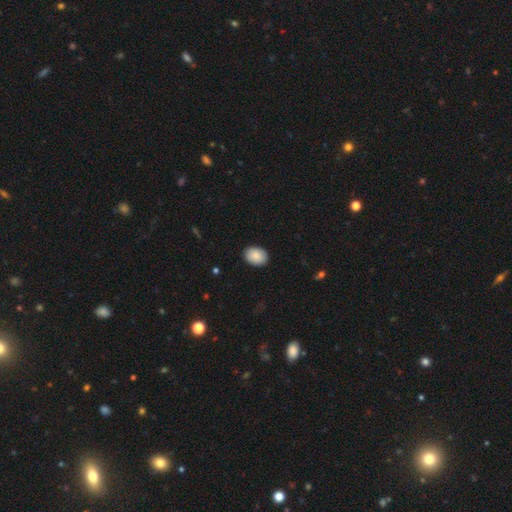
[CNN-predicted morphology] Q: Smooth or featured?
A: smooth (88%); runner-up: star or artifact (7%)
Q: How rounded?
A: in between (75%); runner-up: round (24%)
Q: Merging?
A: none (89%); runner-up: minor disturbance (8%)